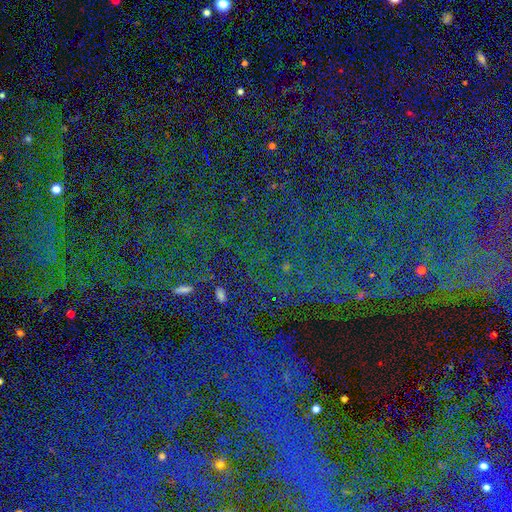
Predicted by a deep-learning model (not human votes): smooth_or_featured: star or artifact (p=0.79) [alt: smooth p=0.12]